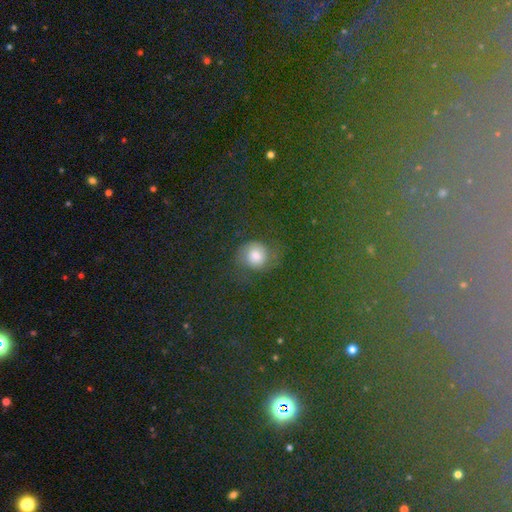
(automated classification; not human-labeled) smooth 50%, featured or disk 26%, star or artifact 25%. Down the decision tree: merging — none (67%).